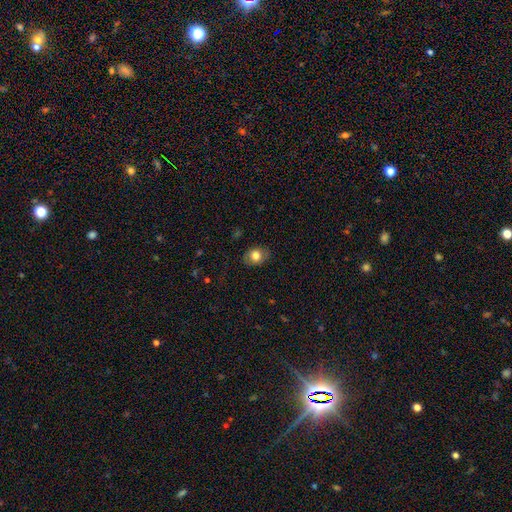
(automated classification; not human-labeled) Smooth or featured? Predicted: smooth (p=0.76). How rounded? Predicted: in between (p=0.64). Merging? Predicted: none (p=0.82).